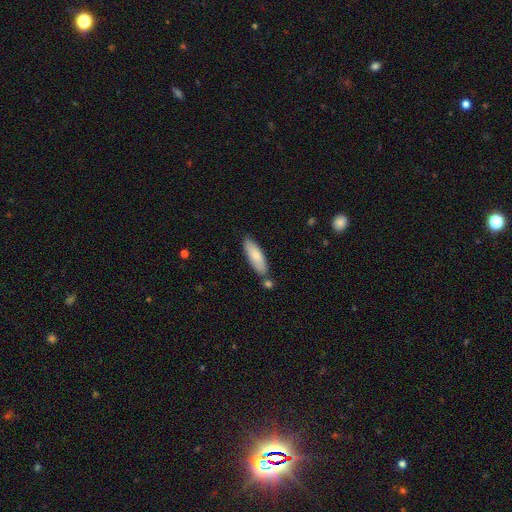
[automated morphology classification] Smooth or featured? smooth (80%)
How rounded? in between (53%)
Merging? none (74%)